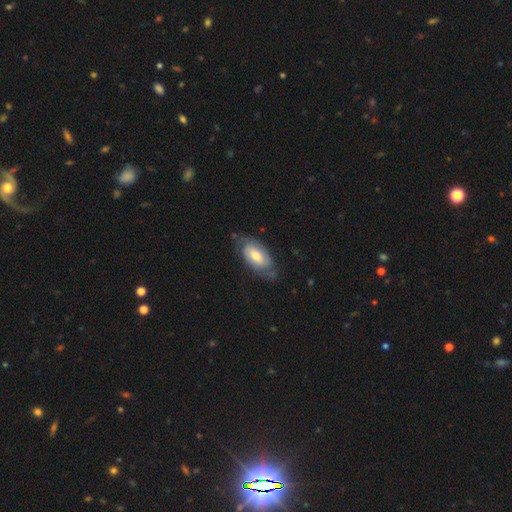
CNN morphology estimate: smooth-or-featured: featured or disk: 57% | smooth: 37% | star or artifact: 6%
  disk-edge-on: no: 91% | yes: 9%
    bar: no: 53% | weak: 36% | strong: 11%
    has-spiral-arms: yes: 79% | no: 21%
    bulge-size: moderate: 59% | small: 25% | large: 13% | none: 2% | dominant: 1%
  merging: none: 67% | minor disturbance: 23% | major disturbance: 8% | merger: 1%